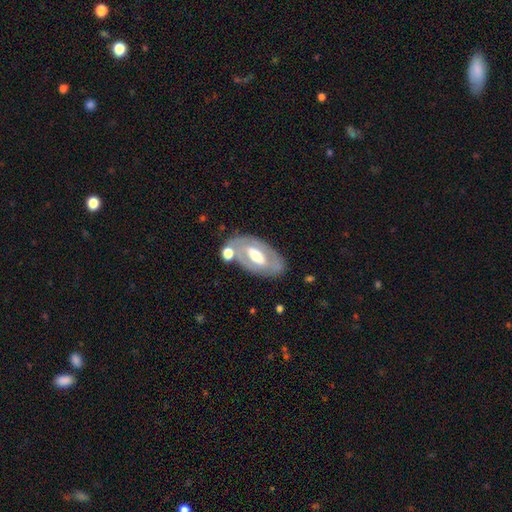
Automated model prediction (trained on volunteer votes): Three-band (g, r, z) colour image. It shows a featured or disk galaxy (64%) with no bar (38%), no spiral arms (70%) and a moderate central bulge (59%). Merging: none (69%).